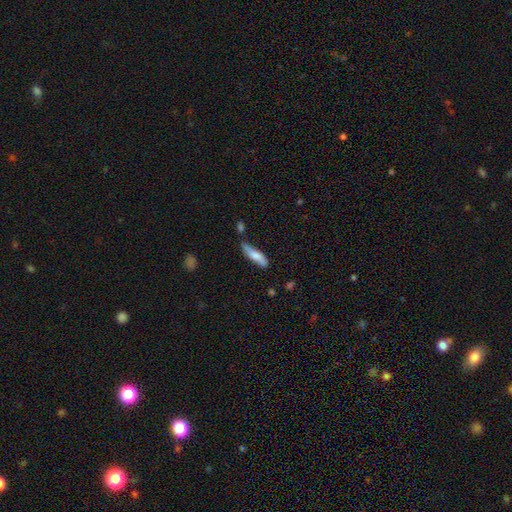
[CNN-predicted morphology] Smooth or featured: smooth — 67% (featured or disk — 27%)
How rounded: cigar-shaped — 68% (in between — 30%)
Merging: none — 57% (minor disturbance — 27%)